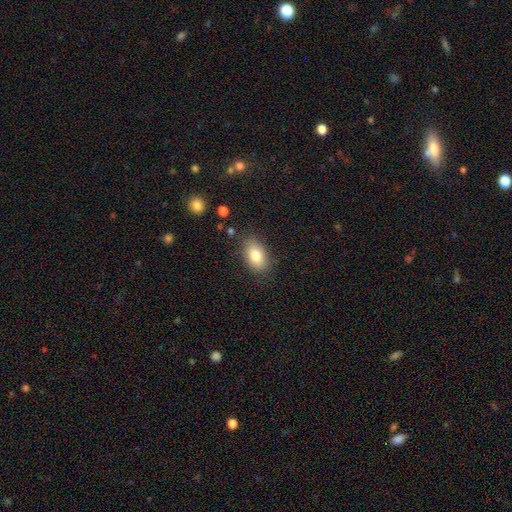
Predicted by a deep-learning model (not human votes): Q: Smooth or featured?
A: smooth (80%); runner-up: featured or disk (12%)
Q: How rounded?
A: in between (88%); runner-up: round (10%)
Q: Merging?
A: none (82%); runner-up: minor disturbance (13%)